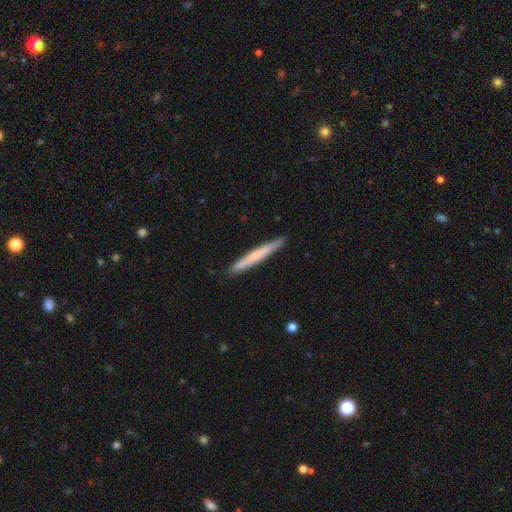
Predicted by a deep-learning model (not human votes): Q: Smooth or featured?
A: smooth (62%); runner-up: featured or disk (32%)
Q: How rounded?
A: cigar-shaped (97%); runner-up: in between (2%)
Q: Merging?
A: none (90%); runner-up: minor disturbance (7%)